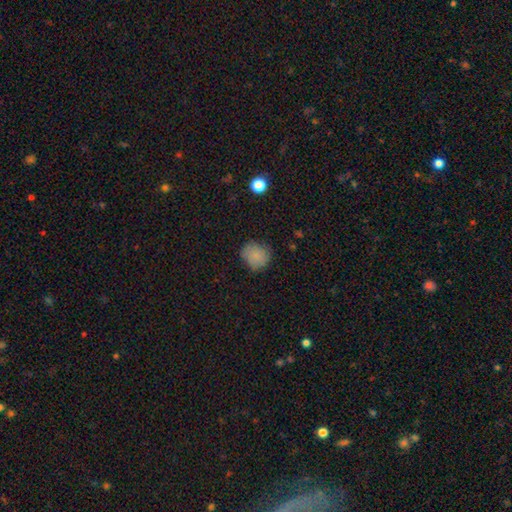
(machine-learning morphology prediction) smooth-or-featured: smooth: 82% | star or artifact: 10% | featured or disk: 8%
  how-rounded: round: 83% | in between: 16% | cigar-shaped: 1%
  merging: none: 73% | minor disturbance: 21% | major disturbance: 5% | merger: 1%